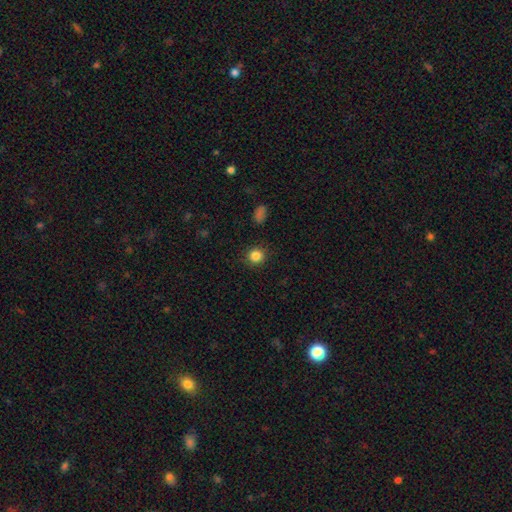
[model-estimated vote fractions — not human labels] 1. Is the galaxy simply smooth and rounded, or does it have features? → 85% smooth, 11% star or artifact, 4% featured or disk.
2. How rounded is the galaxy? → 92% round, 7% in between, 1% cigar-shaped.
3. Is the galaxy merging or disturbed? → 91% none, 6% minor disturbance, 2% major disturbance, 1% merger.